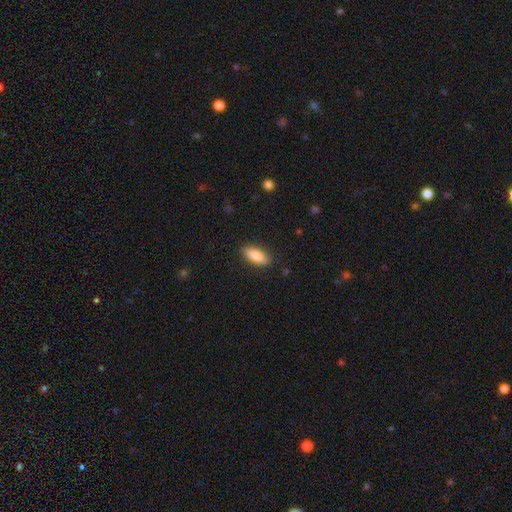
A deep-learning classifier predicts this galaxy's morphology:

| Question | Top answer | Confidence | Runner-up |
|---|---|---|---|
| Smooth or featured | smooth | 86% | featured or disk (8%) |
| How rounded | in between | 79% | cigar-shaped (19%) |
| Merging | none | 87% | minor disturbance (9%) |